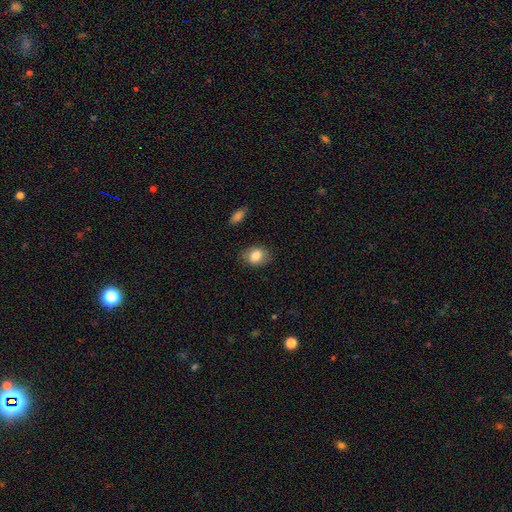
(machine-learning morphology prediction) Smooth or featured: smooth — 83% (featured or disk — 10%)
How rounded: in between — 70% (round — 28%)
Merging: none — 82% (minor disturbance — 14%)